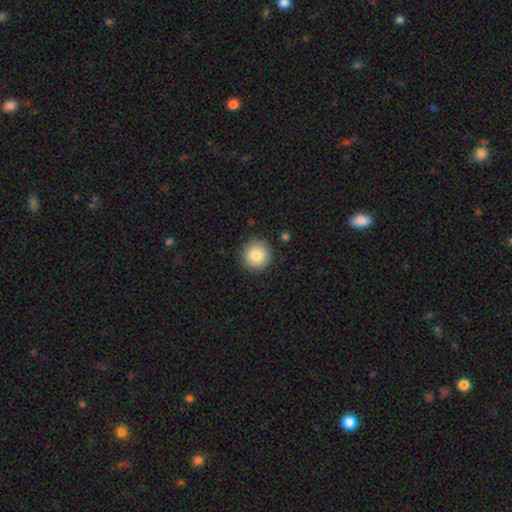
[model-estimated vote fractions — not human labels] This is clearly a smooth galaxy (86%). How rounded: clearly round (94%). Merging: clearly none (89%).